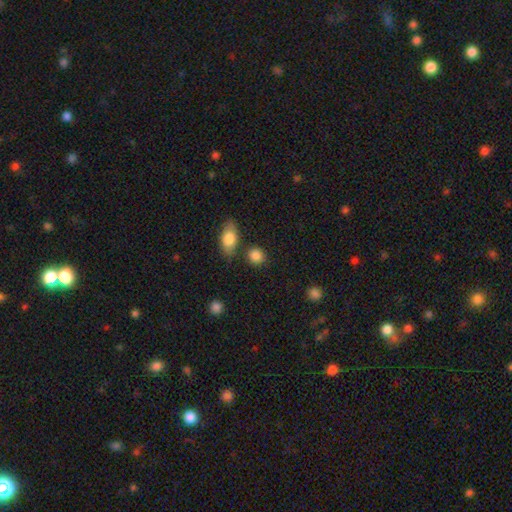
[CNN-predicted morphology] A smooth galaxy with no disk features (86%) that is round (78%).

Vote fractions:
- Smooth or featured? smooth: 86% / star or artifact: 8% / featured or disk: 5%
- How rounded? round: 78% / in between: 20% / cigar-shaped: 2%
- Merging? none: 80% / minor disturbance: 9% / merger: 8% / major disturbance: 3%